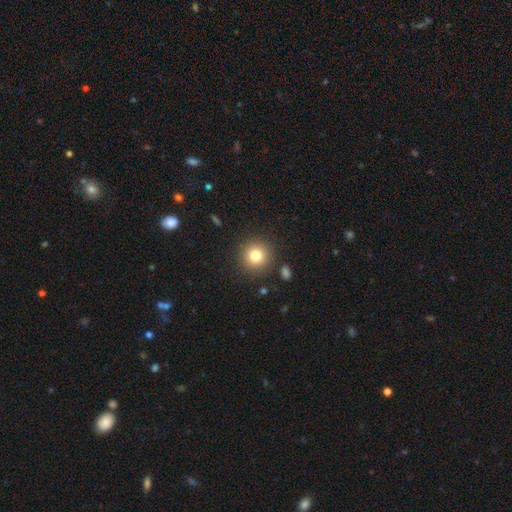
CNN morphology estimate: type=smooth (80%); roundness=round (93%); merging=none (88%).